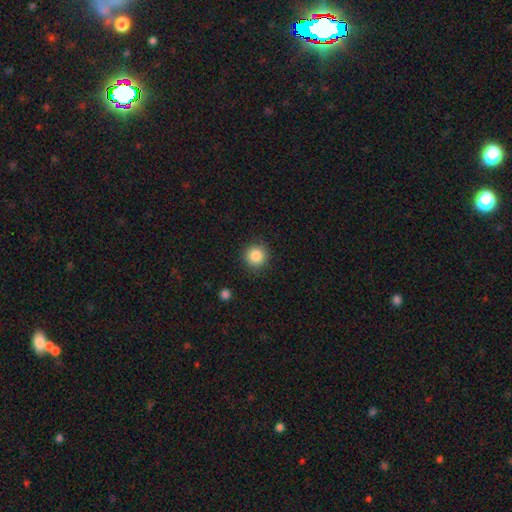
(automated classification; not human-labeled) Smooth or featured? Predicted: smooth (p=0.86). How rounded? Predicted: round (p=0.94). Merging? Predicted: none (p=0.89).